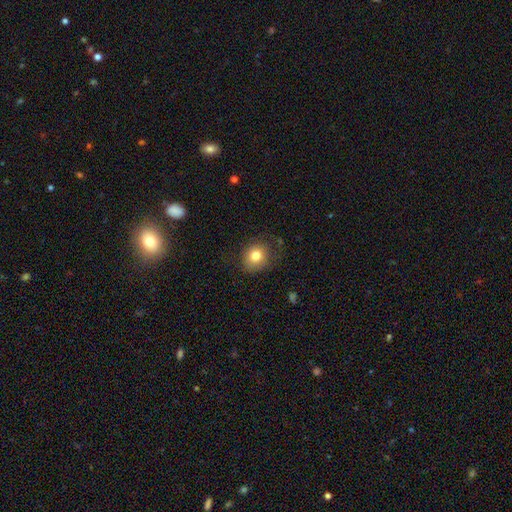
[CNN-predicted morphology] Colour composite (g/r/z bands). It shows a smooth galaxy with no disk features (80%) that is round (68%). Merging: none (76%).